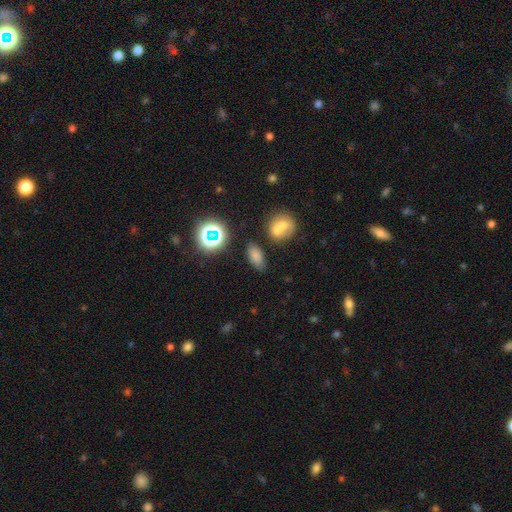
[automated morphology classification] The model was most divided on "smooth or featured": smooth: 71%, star or artifact: 19%, featured or disk: 10%. More confident: how rounded — in between (87%); merging — none (73%).